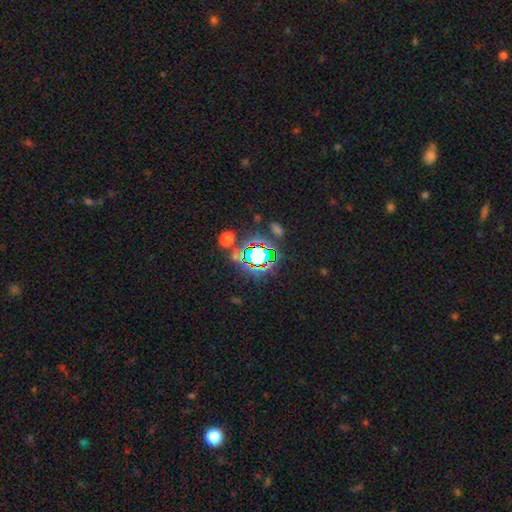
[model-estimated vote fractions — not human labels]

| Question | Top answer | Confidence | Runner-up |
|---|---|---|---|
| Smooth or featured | star or artifact | 64% | smooth (23%) |